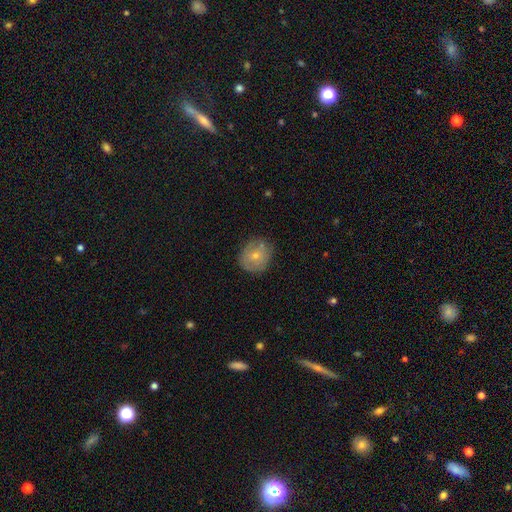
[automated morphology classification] smooth-or-featured: smooth: 60% | featured or disk: 31% | star or artifact: 8%
  how-rounded: round: 82% | in between: 17% | cigar-shaped: 1%
  merging: none: 73% | minor disturbance: 19% | major disturbance: 5% | merger: 3%